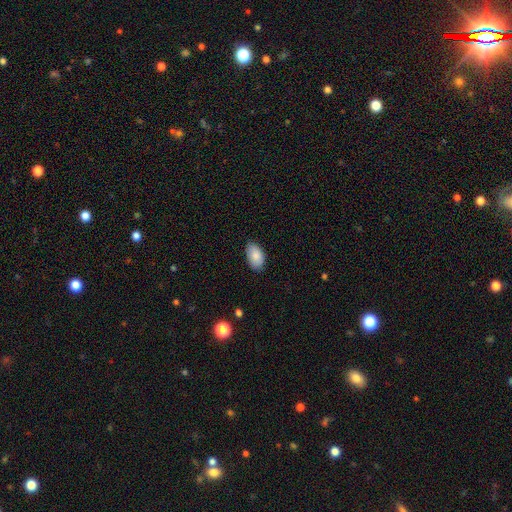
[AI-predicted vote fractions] Morphology: type=smooth (85%); roundness=in between (94%); merging=none (82%).